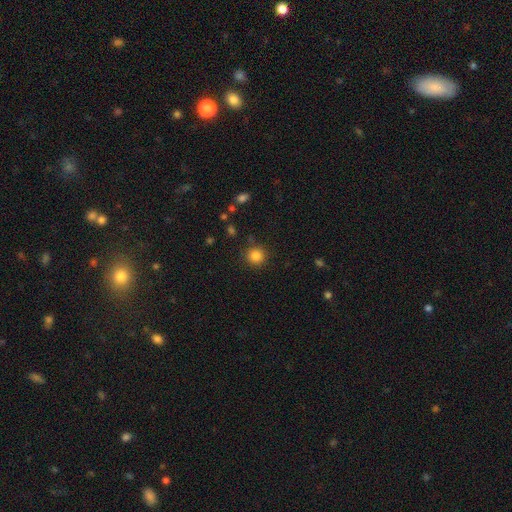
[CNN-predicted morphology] type=smooth (85%); roundness=round (92%); merging=none (88%).